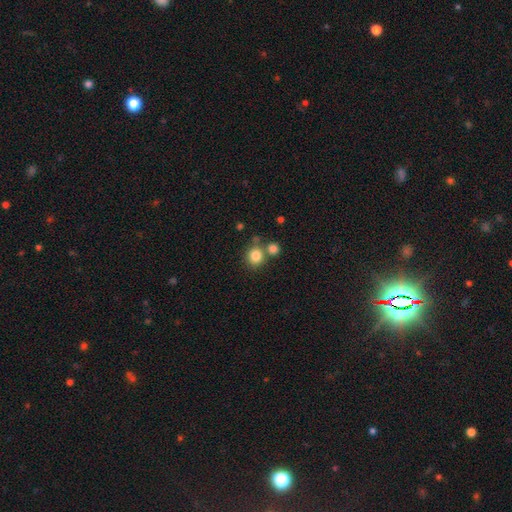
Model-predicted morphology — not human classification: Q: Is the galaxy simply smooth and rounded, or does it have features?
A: smooth — 82%.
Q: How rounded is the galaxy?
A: round — 86%.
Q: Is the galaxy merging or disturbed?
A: none — 64%.